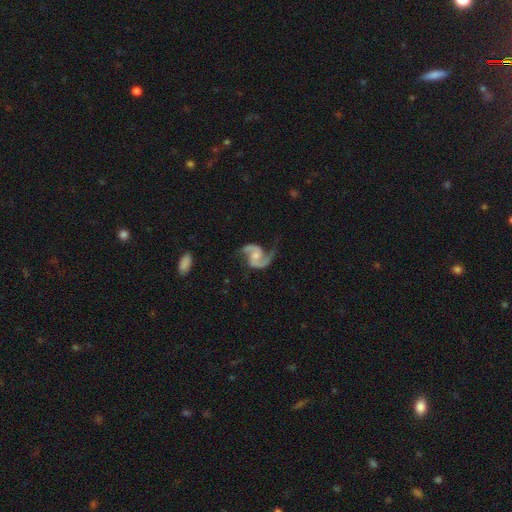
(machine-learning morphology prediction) This appears to be a featured or disk galaxy (92%) with no bar (55%), 2 (93%) medium (54%) spiral arms (98%) and a small central bulge (44%). Merging: none (70%).